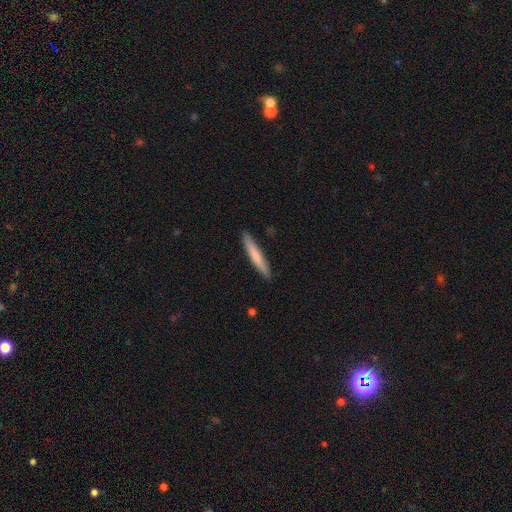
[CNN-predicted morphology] Smooth or featured? smooth (71%)
How rounded? cigar-shaped (95%)
Merging? none (91%)